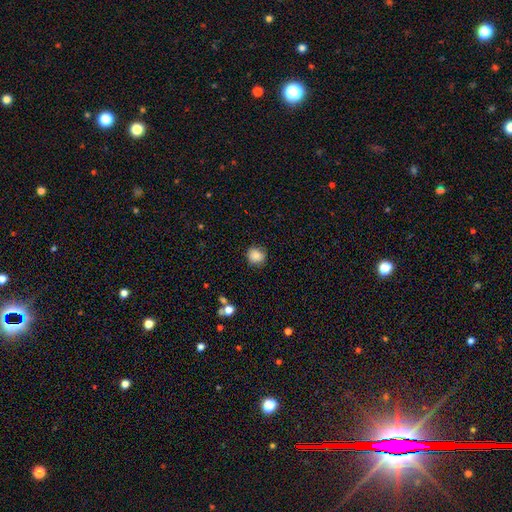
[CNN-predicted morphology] Overall: smooth (86%). How rounded: round (87%). Merging: none (86%).